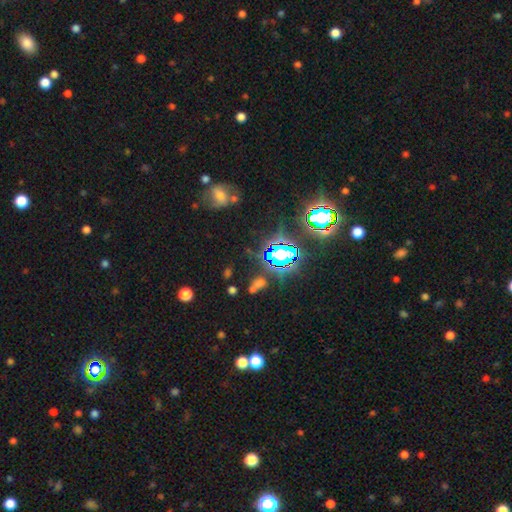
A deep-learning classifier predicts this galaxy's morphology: This appears to be a star or artifact, not a galaxy (78%).